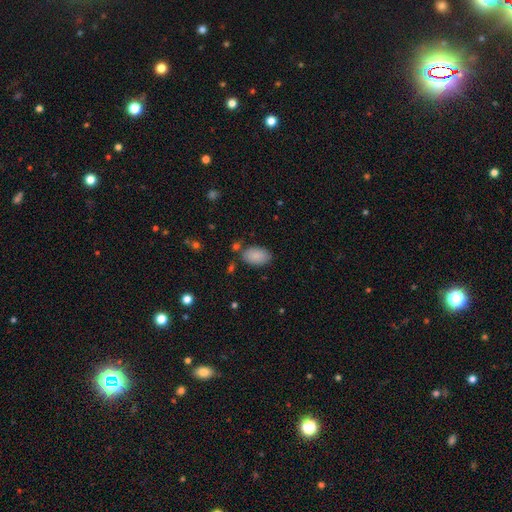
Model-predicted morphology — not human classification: smooth-or-featured: smooth: 88% | star or artifact: 7% | featured or disk: 5%
  how-rounded: in between: 93% | round: 6% | cigar-shaped: 1%
  merging: none: 77% | minor disturbance: 14% | merger: 5% | major disturbance: 4%